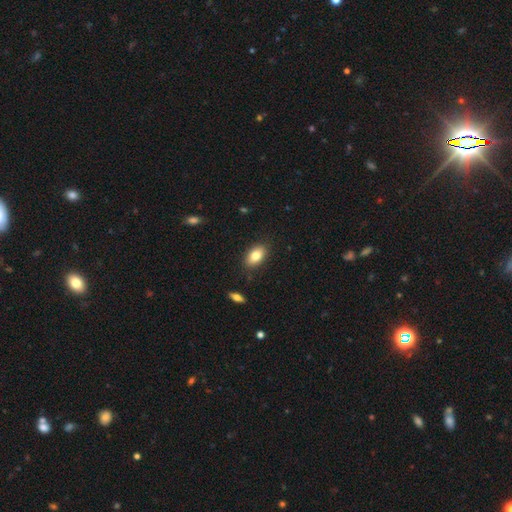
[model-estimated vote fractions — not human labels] smooth 81%, featured or disk 11%, star or artifact 8%. Down the decision tree: how rounded — in between (90%); merging — none (86%).